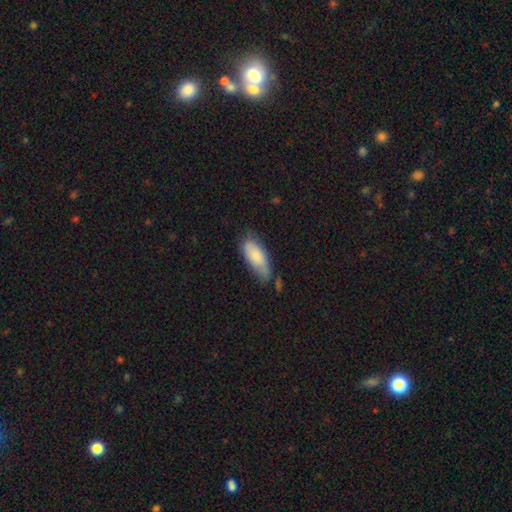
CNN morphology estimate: Smooth or featured: smooth — 76% (featured or disk — 18%)
How rounded: in between — 79% (cigar-shaped — 19%)
Merging: none — 51% (minor disturbance — 35%)